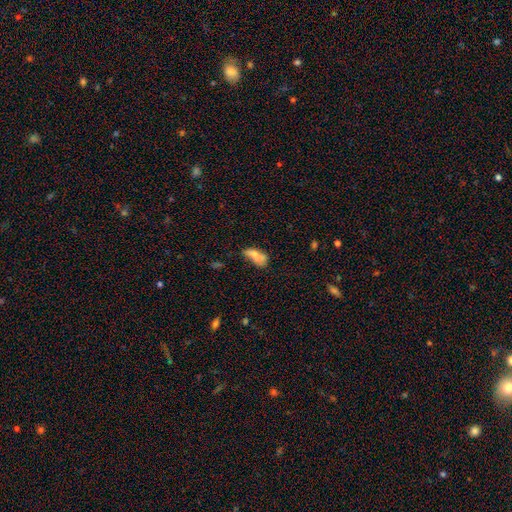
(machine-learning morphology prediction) Smooth or featured? smooth (65%)
How rounded? in between (80%)
Merging? merger (31%)